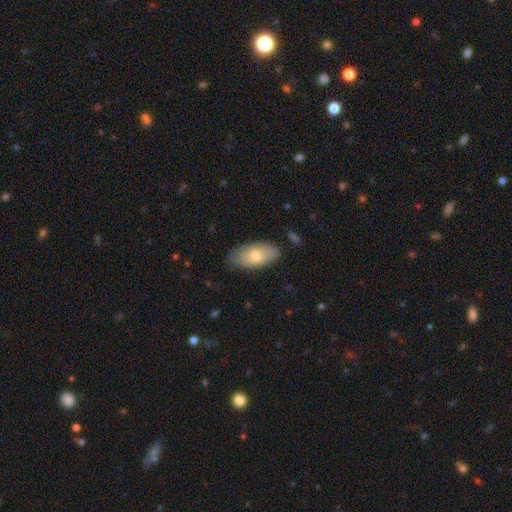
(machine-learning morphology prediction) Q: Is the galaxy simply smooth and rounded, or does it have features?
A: smooth — 69%.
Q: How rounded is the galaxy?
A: in between — 92%.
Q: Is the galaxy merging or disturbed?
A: none — 78%.